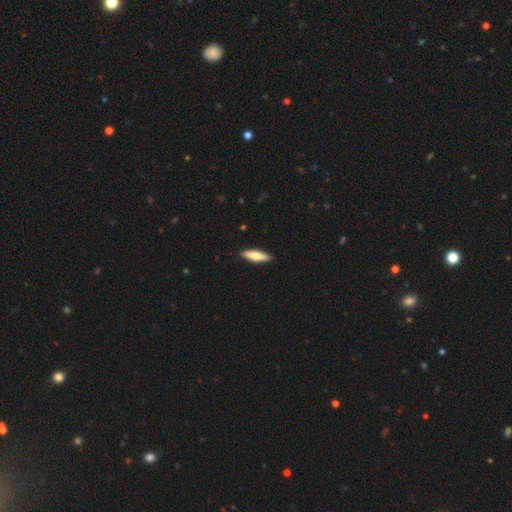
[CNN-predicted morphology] This is possibly a smooth galaxy (59%). How rounded: likely cigar-shaped (67%). Merging: clearly none (91%).